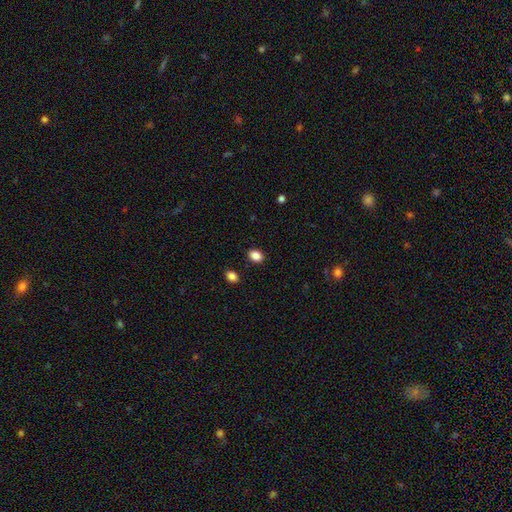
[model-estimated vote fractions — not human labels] Morphology: type=smooth (87%); roundness=in between (67%); merging=none (89%).